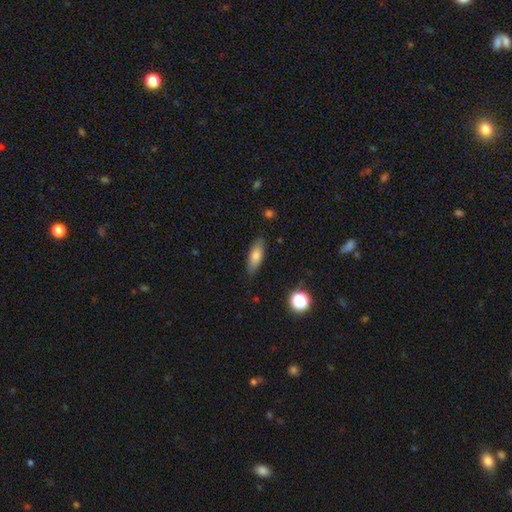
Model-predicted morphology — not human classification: smooth_or_featured: smooth (p=0.78) [alt: featured or disk p=0.14]
how_rounded: in between (p=0.67) [alt: cigar-shaped p=0.30]
merging: none (p=0.84) [alt: minor disturbance p=0.12]